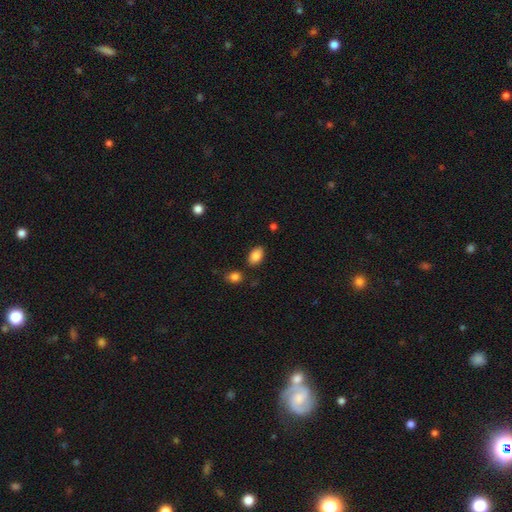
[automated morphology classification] smooth 86%, star or artifact 8%, featured or disk 6%. Down the decision tree: how rounded — in between (90%); merging — none (83%).